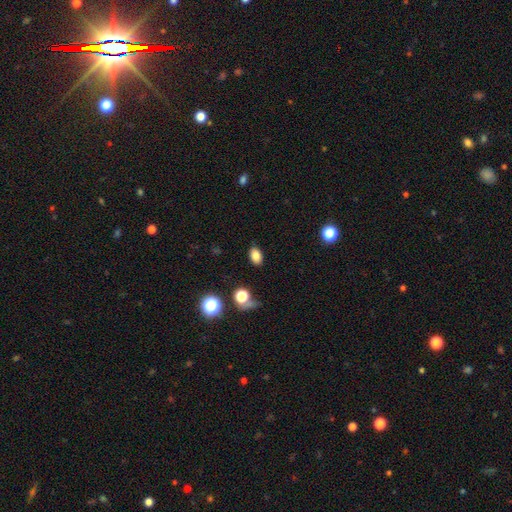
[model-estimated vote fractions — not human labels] This is clearly a smooth galaxy (81%). How rounded: clearly in between (86%). Merging: clearly none (85%).